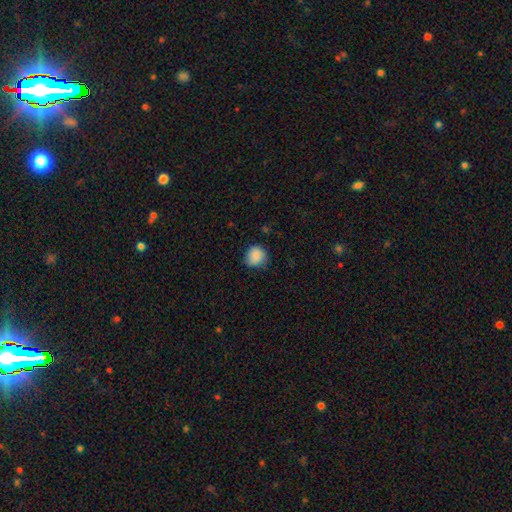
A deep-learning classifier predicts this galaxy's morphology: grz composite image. It shows a smooth galaxy with no disk features (84%) that is round (83%). Merging: none (68%).